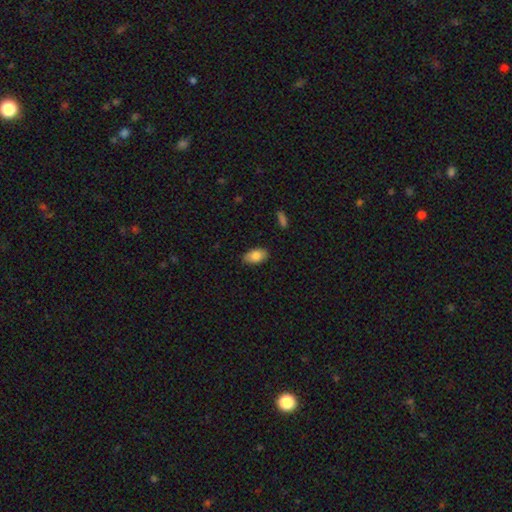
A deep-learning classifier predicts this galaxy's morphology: This is clearly a smooth galaxy (83%). How rounded: clearly in between (93%). Merging: clearly none (85%).